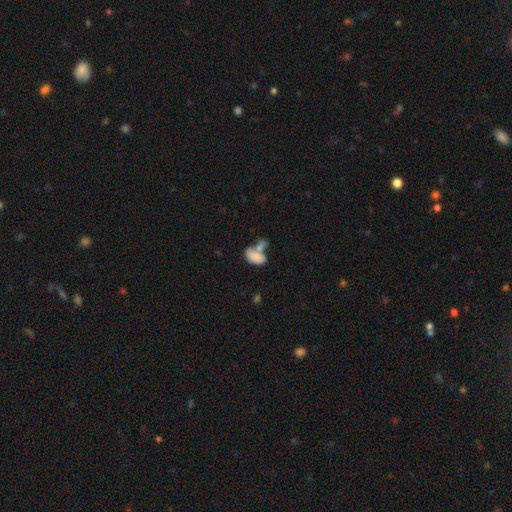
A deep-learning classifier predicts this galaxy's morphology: A smooth galaxy with no disk features (73%) that is in between round and cigar-shaped (90%). Merging: merger (55%).